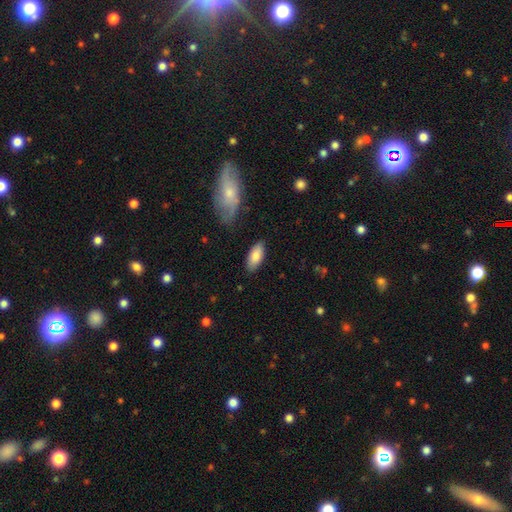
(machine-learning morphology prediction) A smooth galaxy with no disk features (82%) that is in between round and cigar-shaped (86%). Merging: none (84%).